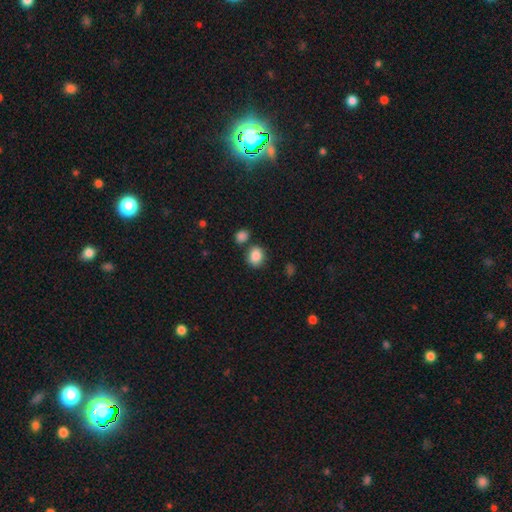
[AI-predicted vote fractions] smooth_or_featured: smooth (p=0.87) [alt: star or artifact p=0.09]
how_rounded: round (p=0.52) [alt: in between p=0.47]
merging: none (p=0.70) [alt: merger p=0.14]